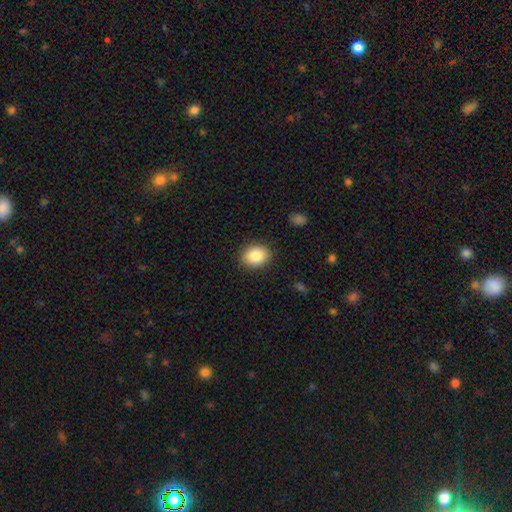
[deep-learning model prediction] Smooth or featured? smooth (85%)
How rounded? in between (57%)
Merging? none (88%)